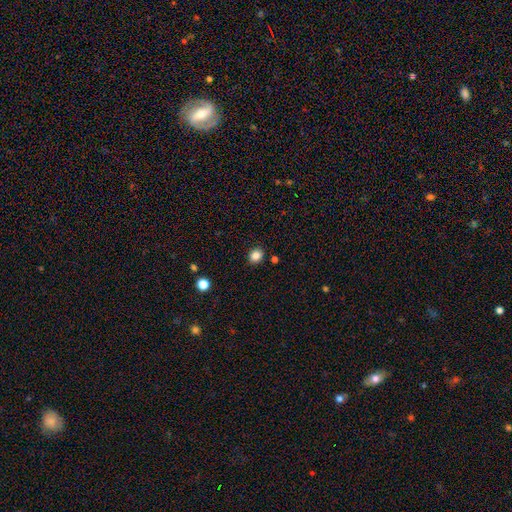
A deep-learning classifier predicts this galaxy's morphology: smooth 84%, star or artifact 11%, featured or disk 4%. Down the decision tree: how rounded — round (63%); merging — none (88%).